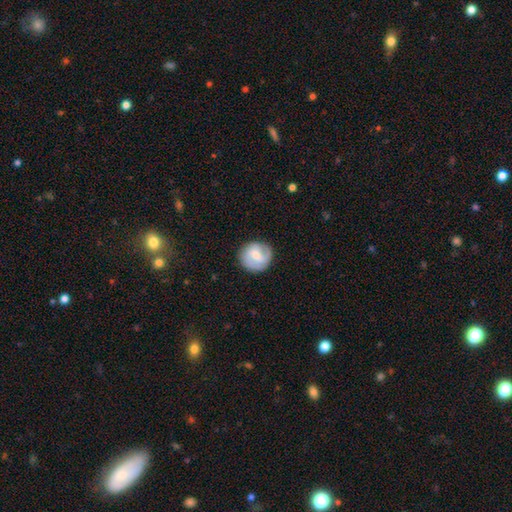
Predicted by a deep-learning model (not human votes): Q: Smooth or featured?
A: featured or disk (55%); runner-up: smooth (38%)
Q: Edge-on disk?
A: no (98%); runner-up: yes (2%)
Q: Bar?
A: weak (56%); runner-up: no (28%)
Q: Spiral arms?
A: yes (87%); runner-up: no (13%)
Q: Bulge size?
A: small (48%); runner-up: moderate (41%)
Q: Merging?
A: none (83%); runner-up: minor disturbance (12%)